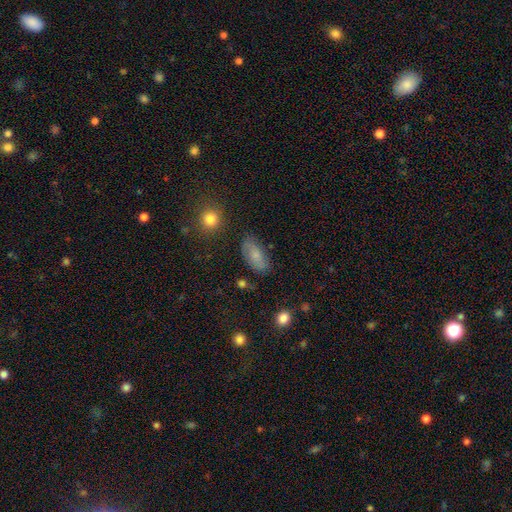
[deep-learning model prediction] Morphology: type=smooth (71%); roundness=in between (90%); merging=none (76%).